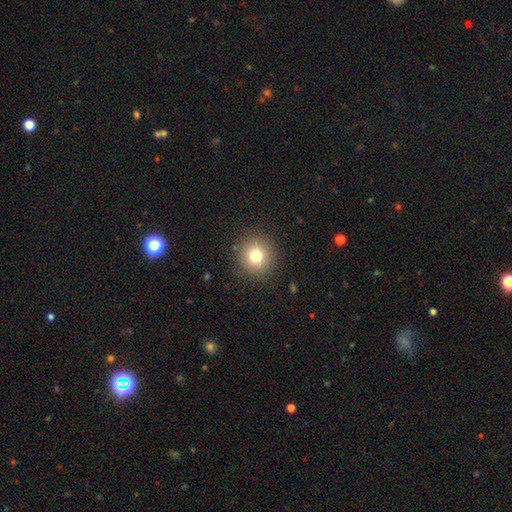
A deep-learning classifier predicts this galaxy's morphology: Smooth or featured? Predicted: smooth (p=0.77). How rounded? Predicted: round (p=0.92). Merging? Predicted: none (p=0.89).